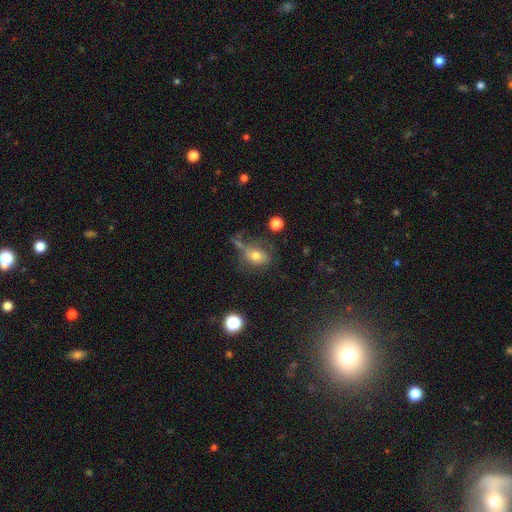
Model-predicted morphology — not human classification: This is likely a smooth galaxy (66%). How rounded: possibly in between (59%). Merging: marginally none (43%).